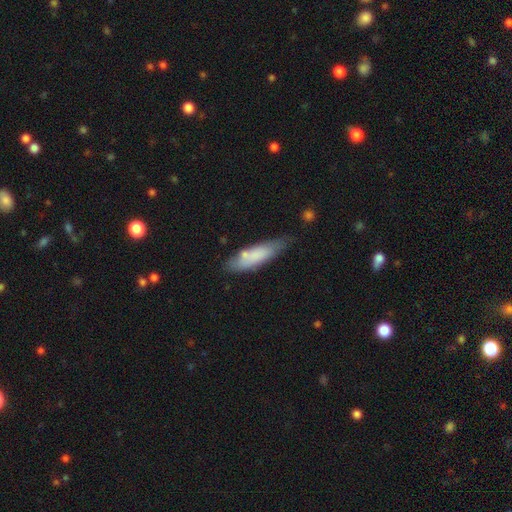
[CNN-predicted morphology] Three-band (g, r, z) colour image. It shows a smooth galaxy with no disk features (74%) that is cigar-shaped (58%). Merging: none (62%).